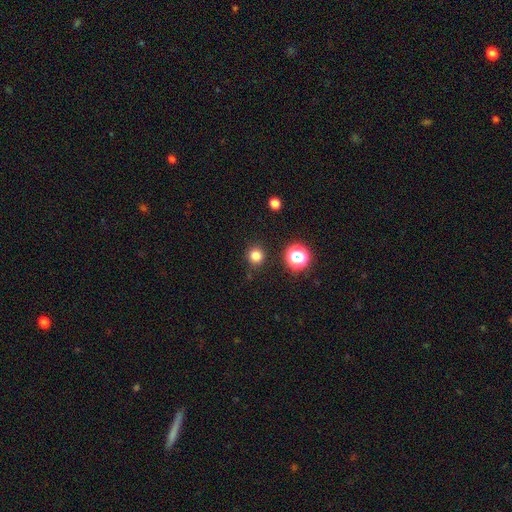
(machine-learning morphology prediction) A smooth galaxy with no disk features (80%) that is round (94%). Merging: none (89%).